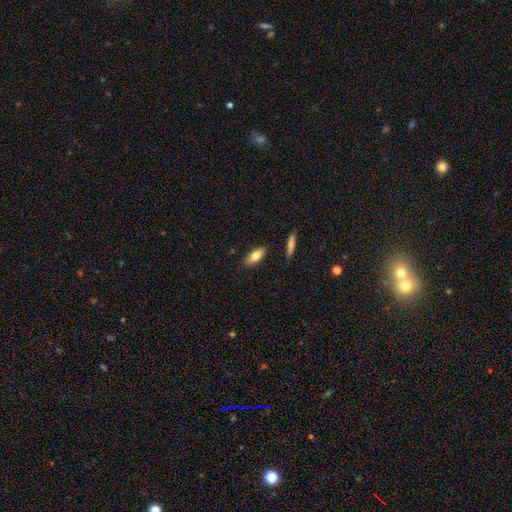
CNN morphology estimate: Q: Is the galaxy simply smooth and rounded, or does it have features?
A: smooth — 74%.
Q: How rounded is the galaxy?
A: in between — 76%.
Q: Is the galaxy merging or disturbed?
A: none — 84%.